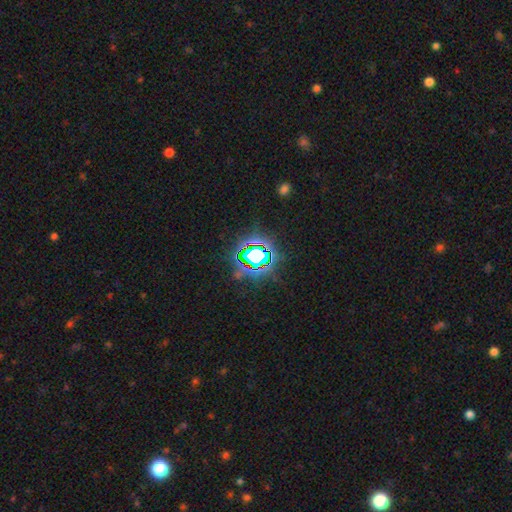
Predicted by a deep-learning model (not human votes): Smooth or featured? star or artifact (73%)